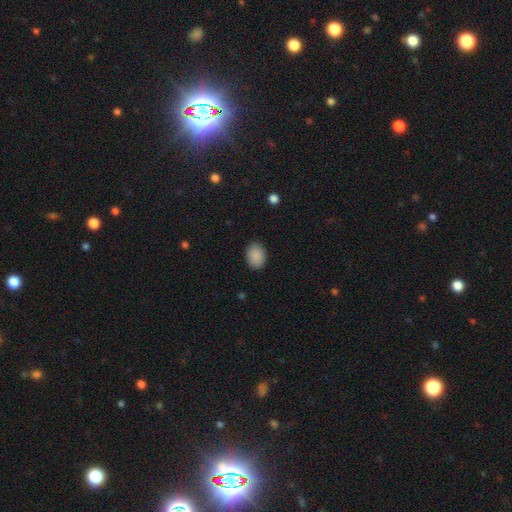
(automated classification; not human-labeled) Smooth or featured: smooth — 90% (star or artifact — 7%)
How rounded: in between — 73% (round — 26%)
Merging: none — 87% (minor disturbance — 10%)